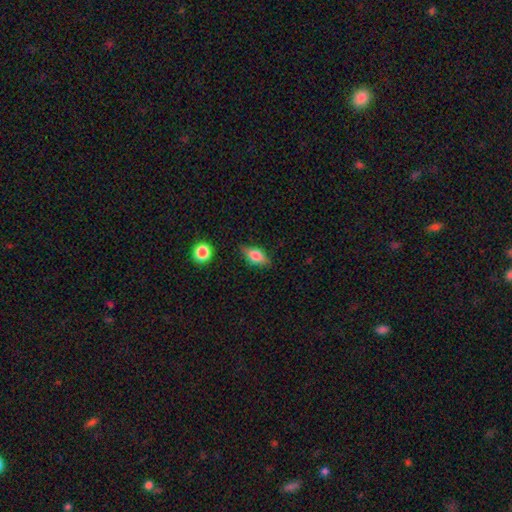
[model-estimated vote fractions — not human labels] Smooth or featured? smooth (66%)
How rounded? in between (78%)
Merging? none (79%)